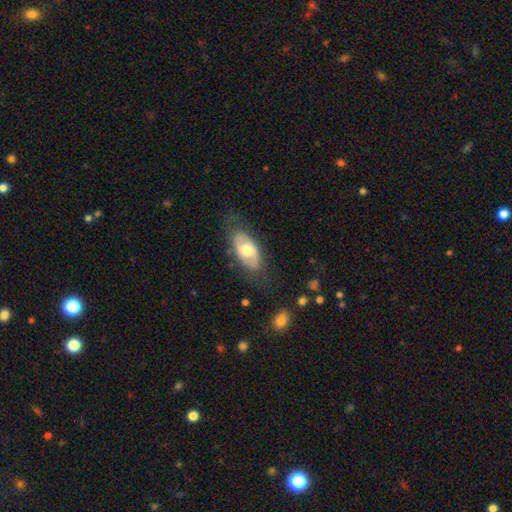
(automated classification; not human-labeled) This appears to be a featured or disk galaxy (48%). Merging: none (71%).